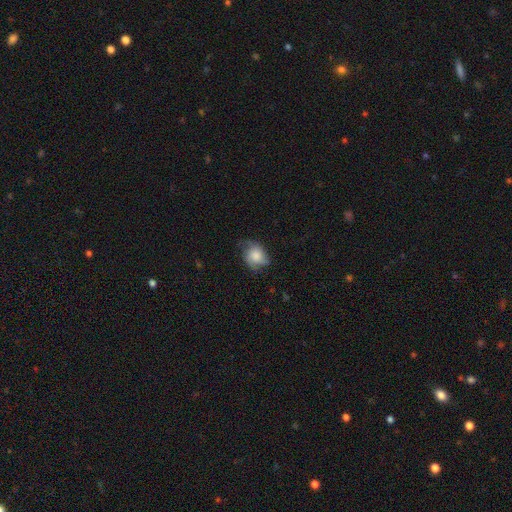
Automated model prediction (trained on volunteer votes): A smooth galaxy with no disk features (63%) that is in between round and cigar-shaped (50%).

Vote fractions:
- Smooth or featured? smooth: 63% / featured or disk: 28% / star or artifact: 8%
- How rounded? in between: 50% / round: 49% / cigar-shaped: 1%
- Merging? none: 51% / minor disturbance: 33% / major disturbance: 15% / merger: 1%